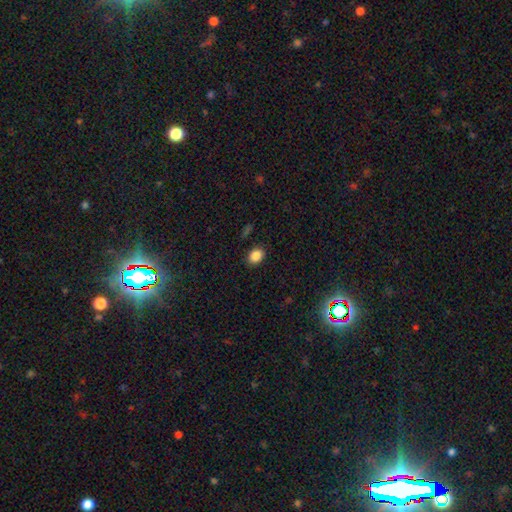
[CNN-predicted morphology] Smooth or featured: smooth — 86% (star or artifact — 10%)
How rounded: in between — 61% (round — 38%)
Merging: none — 88% (minor disturbance — 9%)